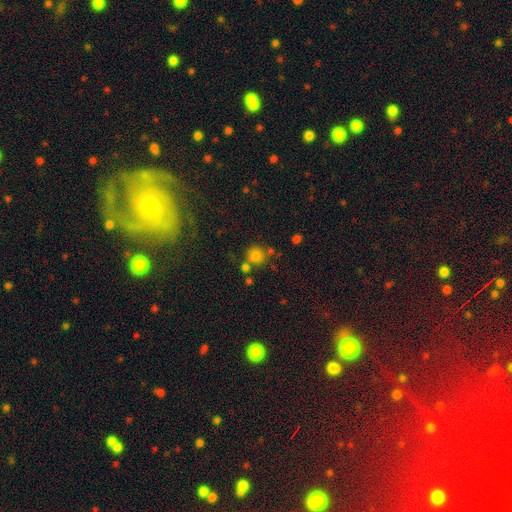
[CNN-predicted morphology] Smooth or featured? Predicted: smooth (p=0.77). How rounded? Predicted: round (p=0.88). Merging? Predicted: none (p=0.64).